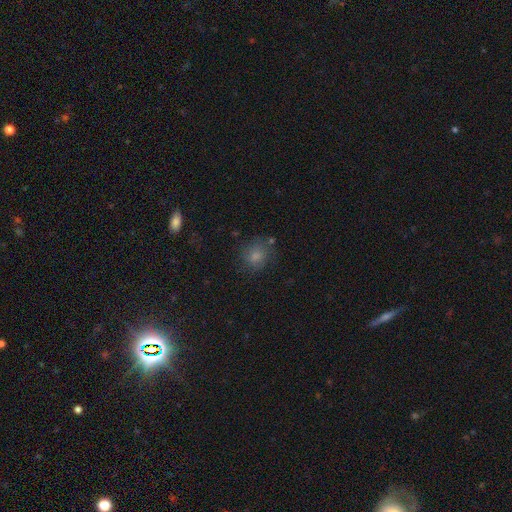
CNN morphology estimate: Overall: smooth (78%). How rounded: round (76%). Merging: none (69%).